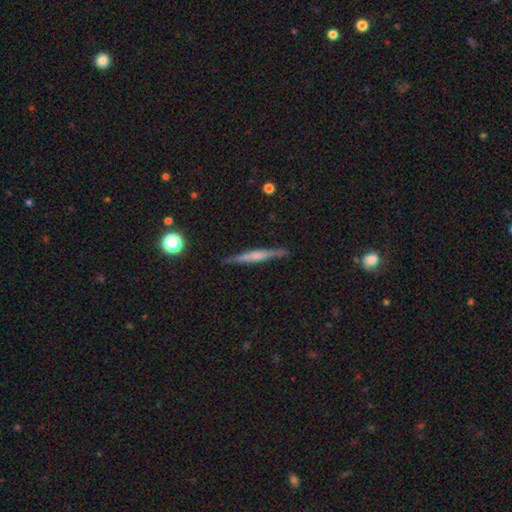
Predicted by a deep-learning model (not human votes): A featured or disk galaxy (65%) viewed edge-on (97%) with a rounded central bulge (51%). Merging: none (89%).